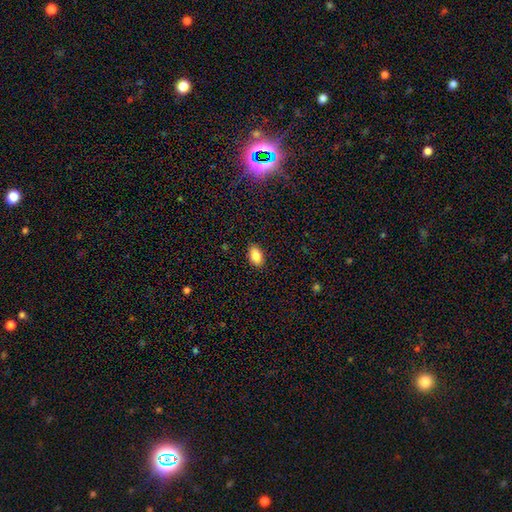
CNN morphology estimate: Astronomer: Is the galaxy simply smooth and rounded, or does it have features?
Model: smooth — 85%.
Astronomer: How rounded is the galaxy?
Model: in between — 91%.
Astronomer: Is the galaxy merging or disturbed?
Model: none — 88%.